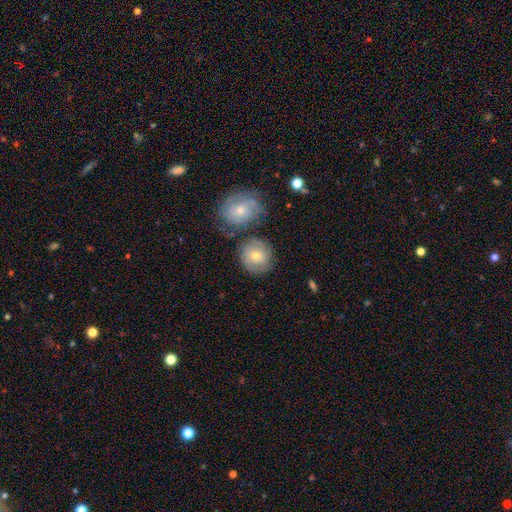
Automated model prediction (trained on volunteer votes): Q: Smooth or featured?
A: smooth (57%); runner-up: featured or disk (35%)
Q: How rounded?
A: round (88%); runner-up: in between (11%)
Q: Merging?
A: none (69%); runner-up: minor disturbance (14%)